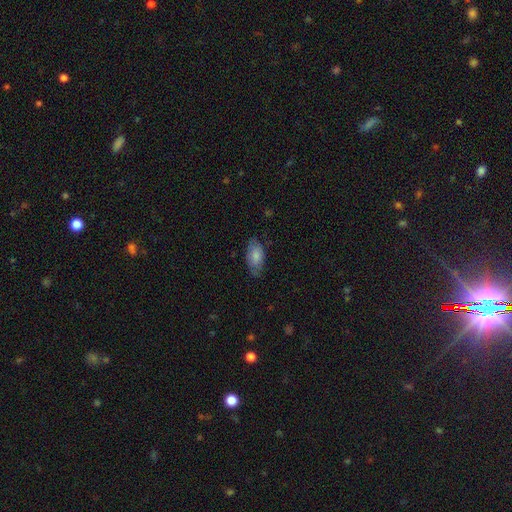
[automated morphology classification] This appears to be a smooth galaxy with no disk features (76%) that is in between round and cigar-shaped (93%). Merging: none (69%).